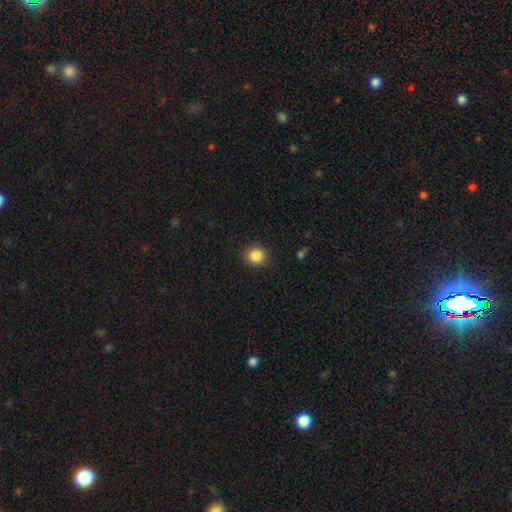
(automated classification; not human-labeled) Smooth or featured? Predicted: smooth (p=0.87). How rounded? Predicted: round (p=0.88). Merging? Predicted: none (p=0.90).